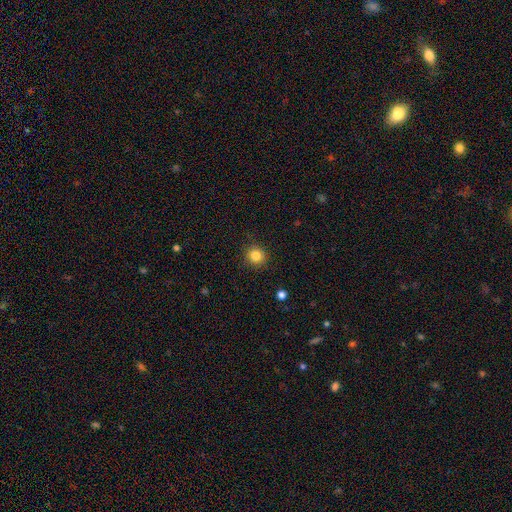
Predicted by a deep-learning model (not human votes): Smooth or featured? Predicted: smooth (p=0.83). How rounded? Predicted: round (p=0.92). Merging? Predicted: none (p=0.91).